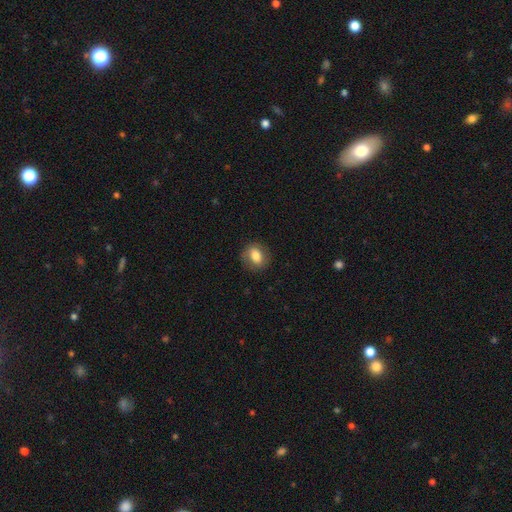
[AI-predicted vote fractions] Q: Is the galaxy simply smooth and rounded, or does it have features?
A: smooth — 73%.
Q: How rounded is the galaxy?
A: in between — 52%.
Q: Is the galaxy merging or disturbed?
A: none — 80%.